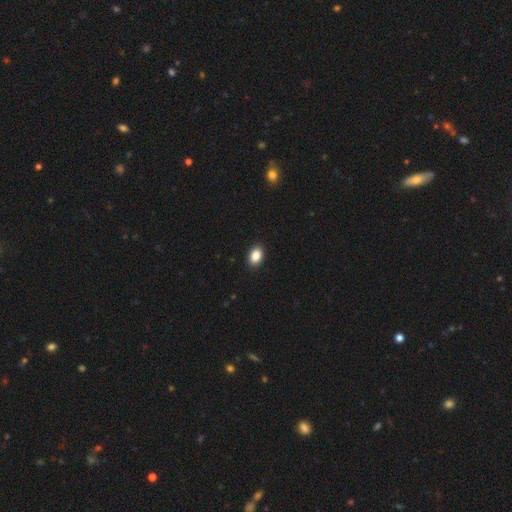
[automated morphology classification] smooth-or-featured: smooth: 87% | star or artifact: 8% | featured or disk: 4%
  how-rounded: in between: 80% | round: 19% | cigar-shaped: 1%
  merging: none: 91% | minor disturbance: 7% | major disturbance: 2% | merger: 1%